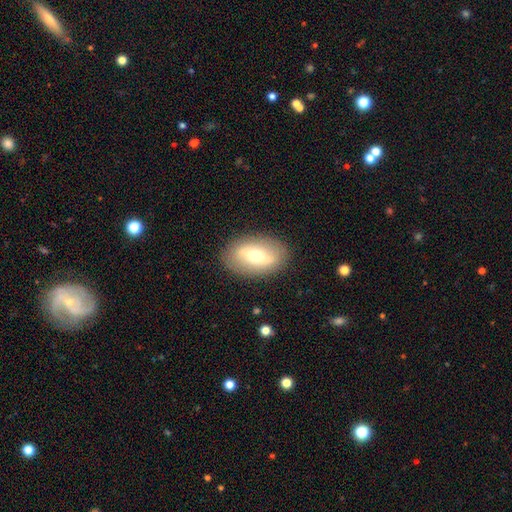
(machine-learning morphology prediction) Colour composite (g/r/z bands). It shows a featured or disk galaxy (48%). Merging: none (86%).